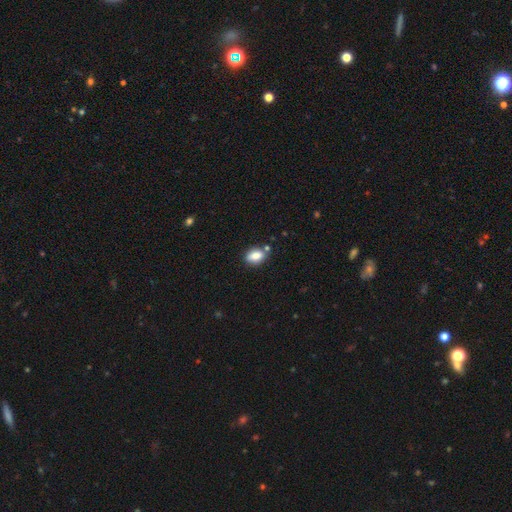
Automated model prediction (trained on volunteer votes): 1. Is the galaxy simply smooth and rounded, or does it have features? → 82% smooth, 10% featured or disk, 8% star or artifact.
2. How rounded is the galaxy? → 83% in between, 14% round, 3% cigar-shaped.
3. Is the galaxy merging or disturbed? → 71% none, 16% minor disturbance, 9% merger, 3% major disturbance.